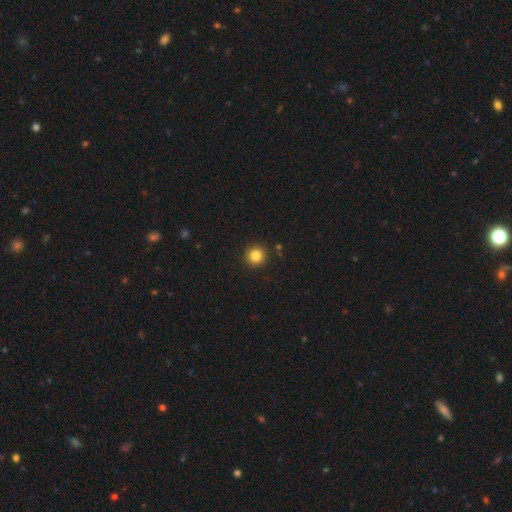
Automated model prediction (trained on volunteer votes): This is clearly a smooth galaxy (84%). How rounded: clearly round (95%). Merging: clearly none (92%).